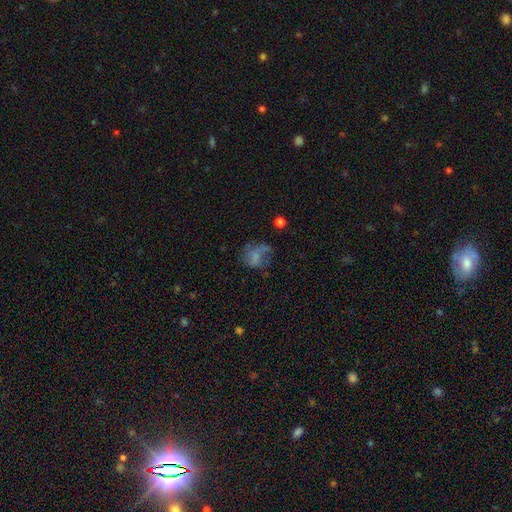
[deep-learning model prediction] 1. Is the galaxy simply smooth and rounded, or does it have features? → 52% smooth, 34% featured or disk, 14% star or artifact.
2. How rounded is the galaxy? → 52% round, 47% in between, 1% cigar-shaped.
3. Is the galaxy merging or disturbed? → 38% none, 32% major disturbance, 24% minor disturbance, 6% merger.